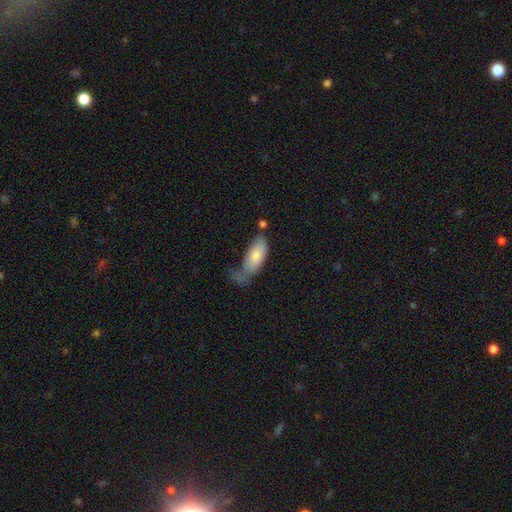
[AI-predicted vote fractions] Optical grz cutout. It shows a smooth galaxy with no disk features (80%) that is in between round and cigar-shaped (88%). Merging: minor disturbance (35%).